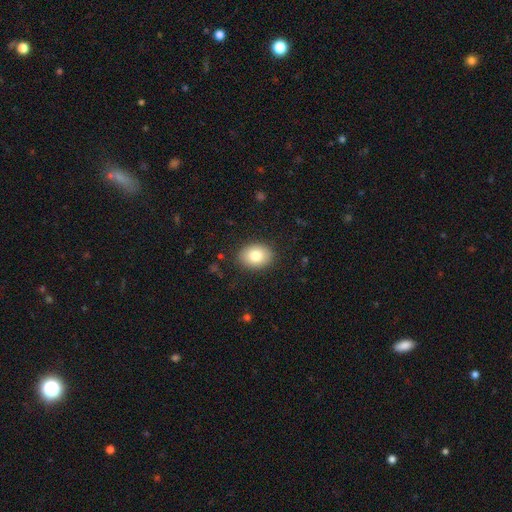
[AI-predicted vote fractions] Smooth or featured?
  - smooth: 81% *
  - featured or disk: 10%
  - star or artifact: 8%
How rounded?
  - in between: 65% *
  - round: 34%
  - cigar-shaped: 1%
Merging?
  - none: 88% *
  - minor disturbance: 9%
  - major disturbance: 2%
  - merger: 1%